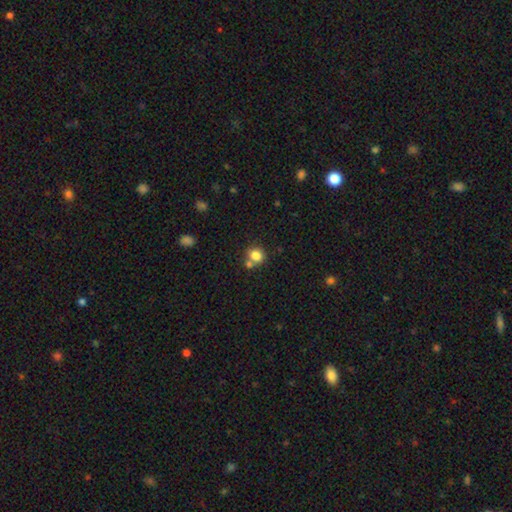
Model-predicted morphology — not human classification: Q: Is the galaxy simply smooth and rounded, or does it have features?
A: smooth — 82%.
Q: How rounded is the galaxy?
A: round — 74%.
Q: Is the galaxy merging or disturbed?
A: none — 59%.